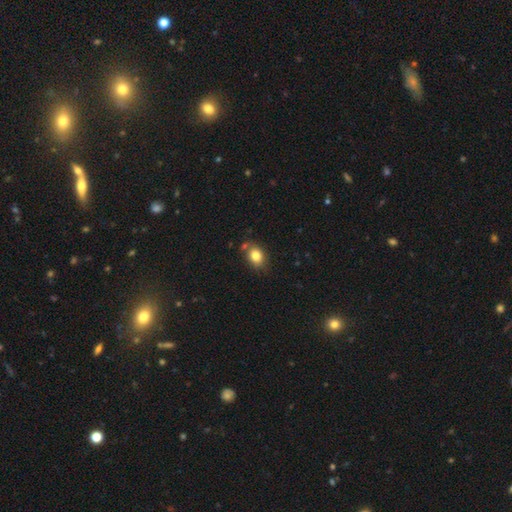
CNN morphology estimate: Overall: smooth (82%). How rounded: in between (61%; round 38%). Merging: none (72%).